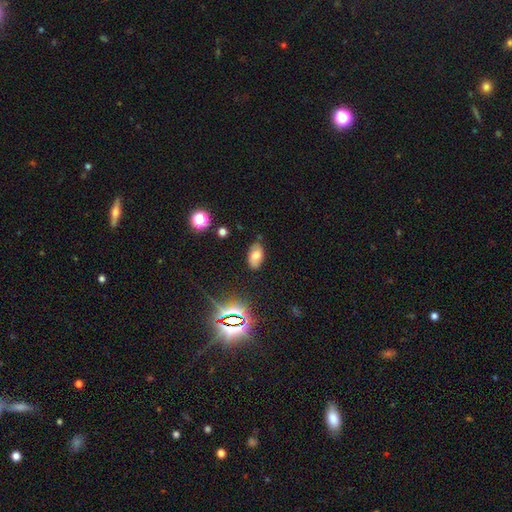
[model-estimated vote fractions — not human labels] smooth 62%, featured or disk 23%, star or artifact 15%. Down the decision tree: how rounded — in between (92%); merging — none (78%).